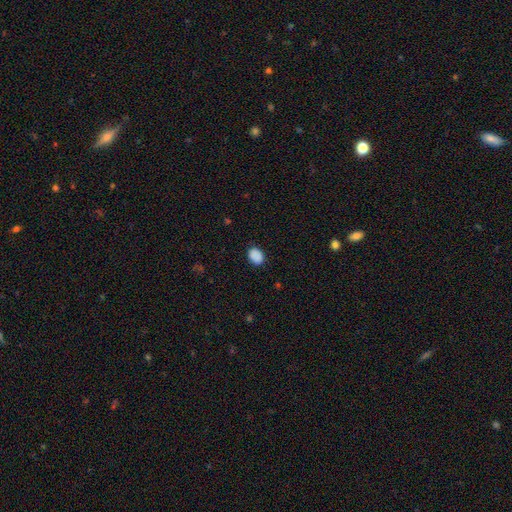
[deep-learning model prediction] A smooth galaxy with no disk features (87%) that is in between round and cigar-shaped (72%). Merging: none (83%).